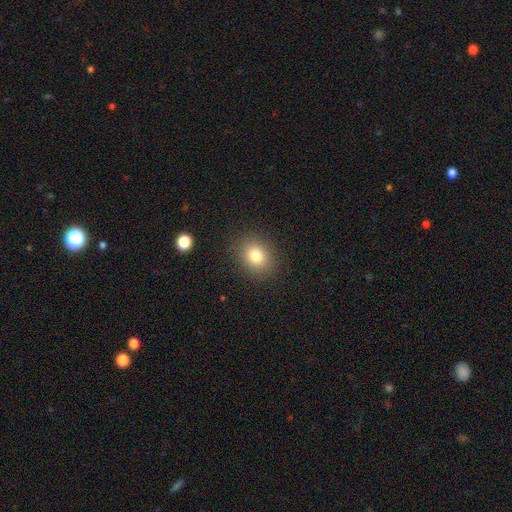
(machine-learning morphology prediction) Smooth or featured: smooth — 80% (star or artifact — 12%)
How rounded: round — 61% (in between — 38%)
Merging: none — 87% (minor disturbance — 8%)